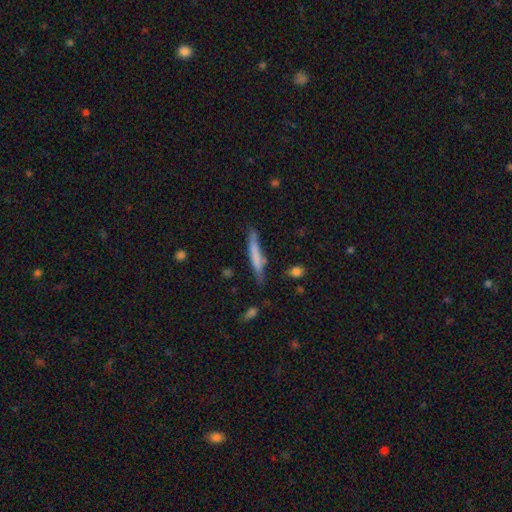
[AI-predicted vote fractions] Overall: smooth (63%; featured or disk 30%). How rounded: cigar-shaped (93%). Merging: none (69%).